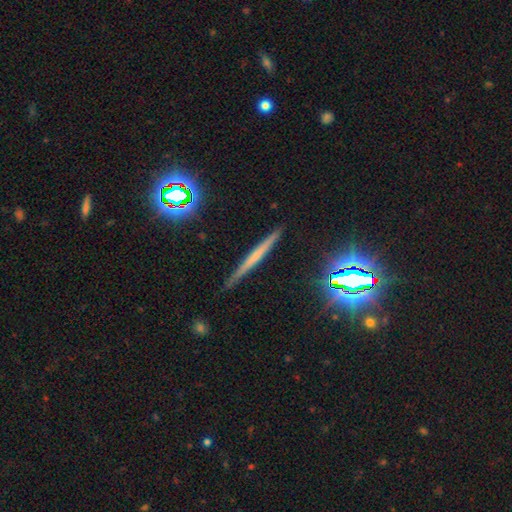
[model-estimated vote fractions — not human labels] Q: Smooth or featured?
A: featured or disk (47%); runner-up: smooth (38%)
Q: Merging?
A: none (88%); runner-up: minor disturbance (9%)